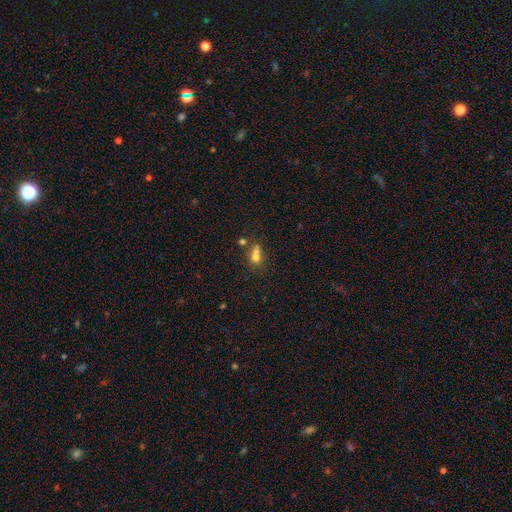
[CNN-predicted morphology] smooth_or_featured: smooth (p=0.65) [alt: featured or disk p=0.18]
how_rounded: round (p=0.62) [alt: in between p=0.35]
merging: merger (p=0.53) [alt: none p=0.32]